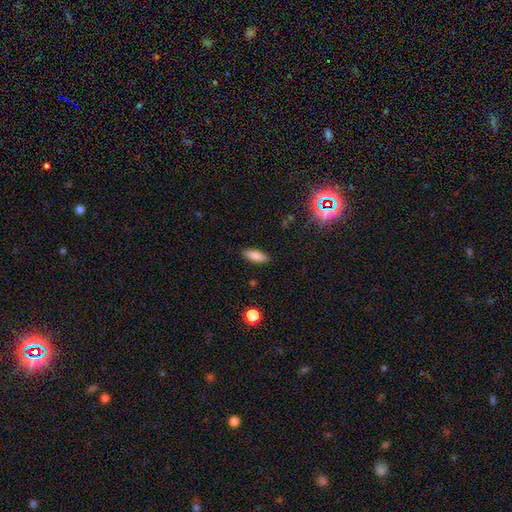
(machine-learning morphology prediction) The model was most divided on "how rounded": in between: 67%, cigar-shaped: 31%, round: 2%. More confident: merging — none (88%); smooth or featured — smooth (84%).